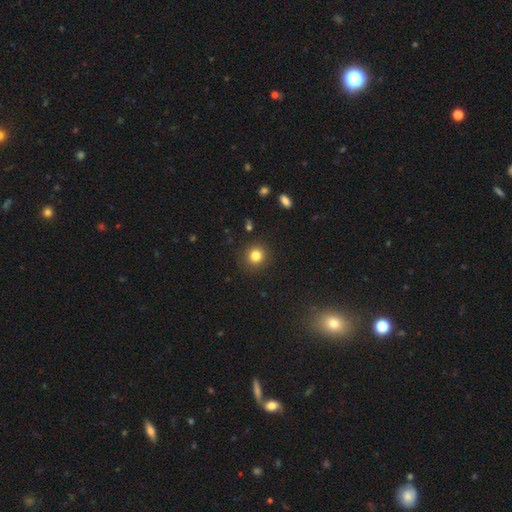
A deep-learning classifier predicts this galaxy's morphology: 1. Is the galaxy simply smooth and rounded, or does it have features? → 82% smooth, 12% star or artifact, 6% featured or disk.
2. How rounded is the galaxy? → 90% round, 9% in between, 1% cigar-shaped.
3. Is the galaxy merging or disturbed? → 90% none, 7% minor disturbance, 2% major disturbance, 1% merger.